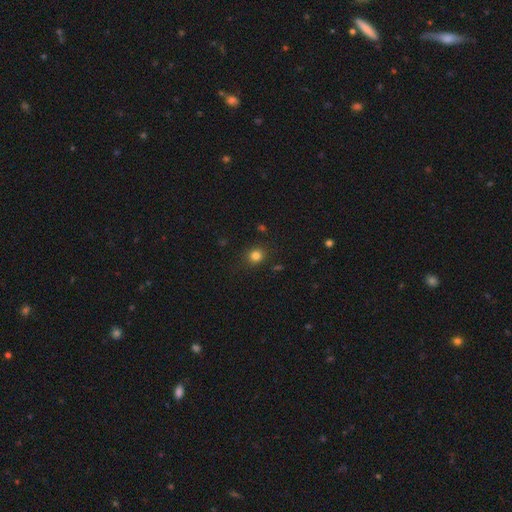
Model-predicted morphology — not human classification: This is clearly a smooth galaxy (81%). How rounded: clearly round (82%). Merging: clearly none (87%).